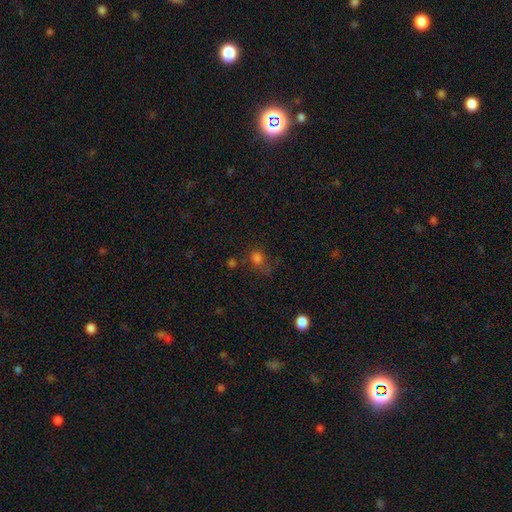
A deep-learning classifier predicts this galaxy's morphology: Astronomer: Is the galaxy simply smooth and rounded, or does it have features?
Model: smooth — 61%.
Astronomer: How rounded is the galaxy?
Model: round — 71%.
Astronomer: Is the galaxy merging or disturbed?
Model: none — 60%.